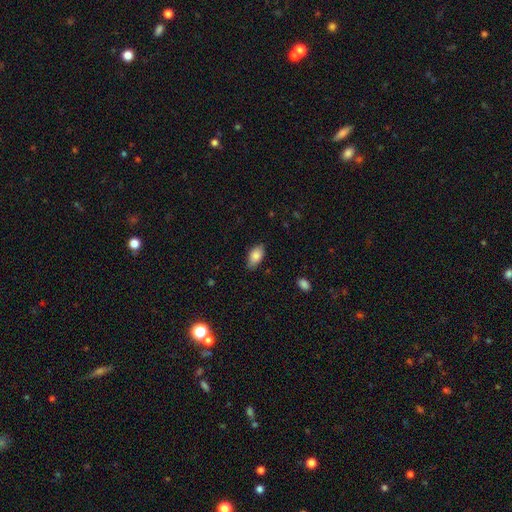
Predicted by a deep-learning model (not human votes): A smooth galaxy with no disk features (86%) that is in between round and cigar-shaped (93%).

Vote fractions:
- Smooth or featured? smooth: 86% / star or artifact: 7% / featured or disk: 7%
- How rounded? in between: 93% / round: 4% / cigar-shaped: 3%
- Merging? none: 82% / minor disturbance: 14% / major disturbance: 3% / merger: 1%